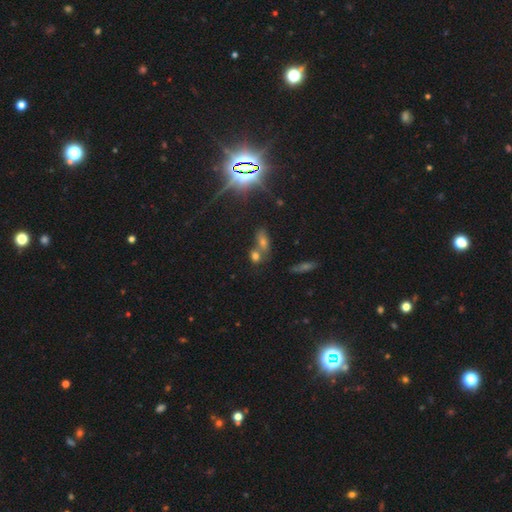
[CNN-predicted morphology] type=smooth (59%); roundness=in between (47%); merging=merger (48%).